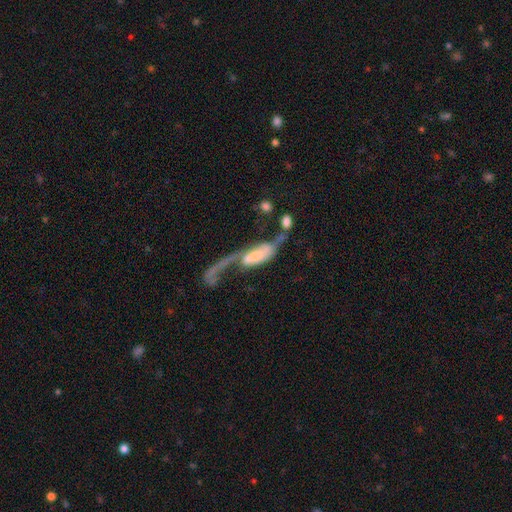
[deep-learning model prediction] A featured or disk galaxy (61%) with no bar (45%), spiral arms (71%) and no central bulge (28%).

Vote fractions:
- Smooth or featured? featured or disk: 61% / smooth: 32% / star or artifact: 8%
- Edge-on disk? no: 86% / yes: 14%
- Bar? no: 45% / weak: 31% / strong: 24%
- Spiral arms? yes: 71% / no: 29%
- Bulge size? none: 28% / moderate: 24% / small: 23% / large: 19% / dominant: 6%
- Merging? major disturbance: 43% / merger: 34% / none: 14% / minor disturbance: 9%